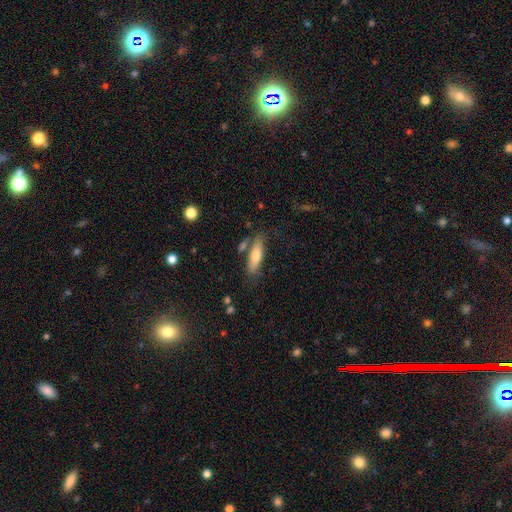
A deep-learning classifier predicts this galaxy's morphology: Overall: smooth (66%; featured or disk 28%). How rounded: cigar-shaped (63%; in between 35%). Merging: none (72%).